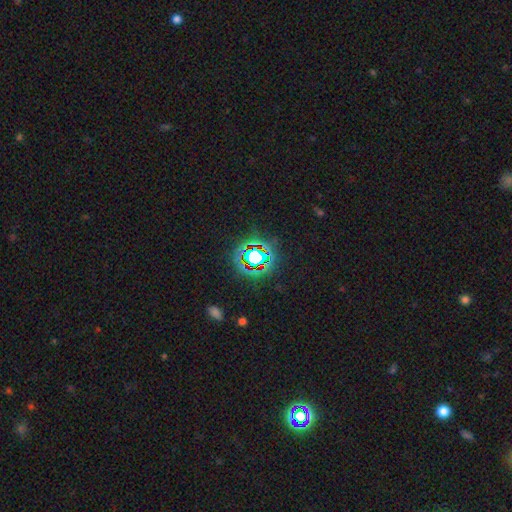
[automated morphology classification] Smooth or featured?
  - star or artifact: 69% *
  - smooth: 18%
  - featured or disk: 13%